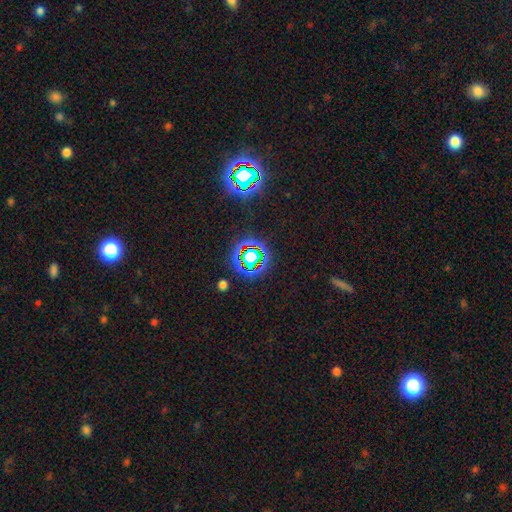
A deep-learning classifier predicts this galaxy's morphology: This is likely a star or artifact rather than a galaxy (78%).